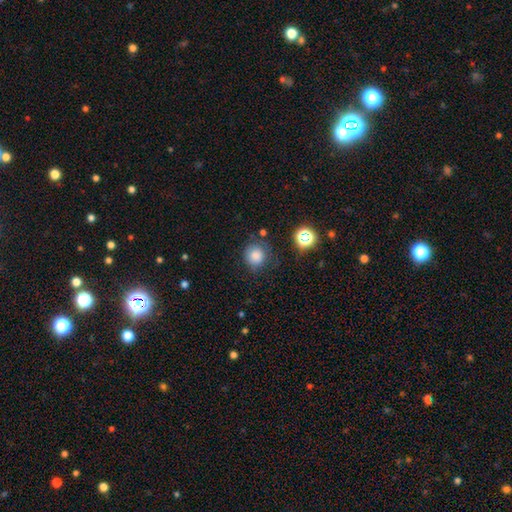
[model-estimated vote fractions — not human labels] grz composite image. It shows a smooth galaxy with no disk features (81%) that is round (88%). Merging: none (74%).